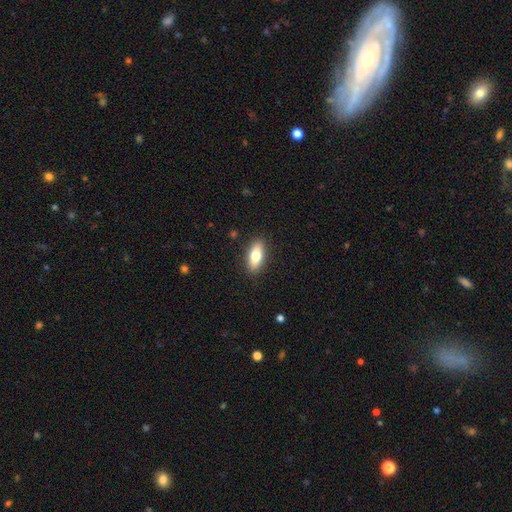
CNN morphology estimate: A smooth galaxy with no disk features (75%) that is in between round and cigar-shaped (77%).

Vote fractions:
- Smooth or featured? smooth: 75% / featured or disk: 18% / star or artifact: 7%
- How rounded? in between: 77% / cigar-shaped: 20% / round: 3%
- Merging? none: 88% / minor disturbance: 9% / major disturbance: 2% / merger: 1%